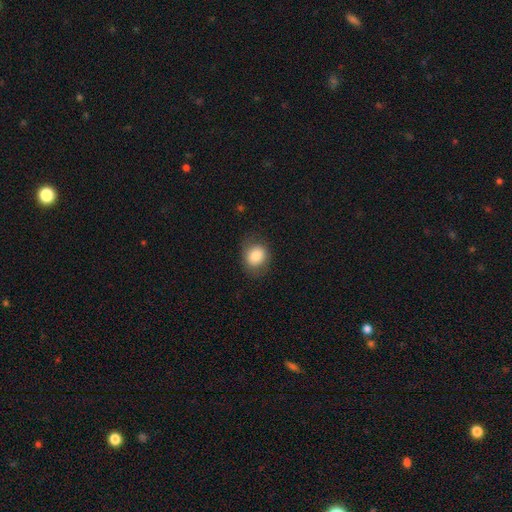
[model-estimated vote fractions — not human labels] The model was most divided on "how rounded": round: 66%, in between: 33%, cigar-shaped: 1%. More confident: smooth or featured — smooth (81%); merging — none (79%).